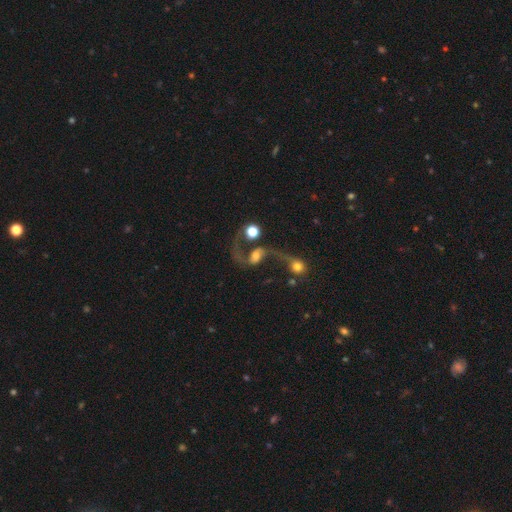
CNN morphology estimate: This appears to be a featured or disk galaxy (78%) with no bar (43%), 2 (89%) loose (86%) spiral arms (91%) and a moderate central bulge (48%). Merging: none (37%).